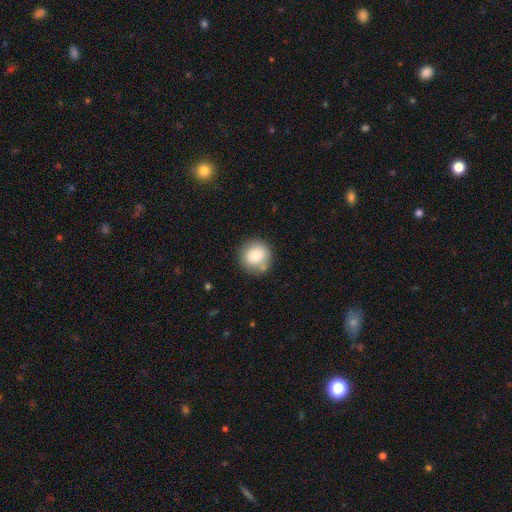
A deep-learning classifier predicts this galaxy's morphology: smooth 81%, featured or disk 10%, star or artifact 9%. Down the decision tree: how rounded — round (92%); merging — none (77%).